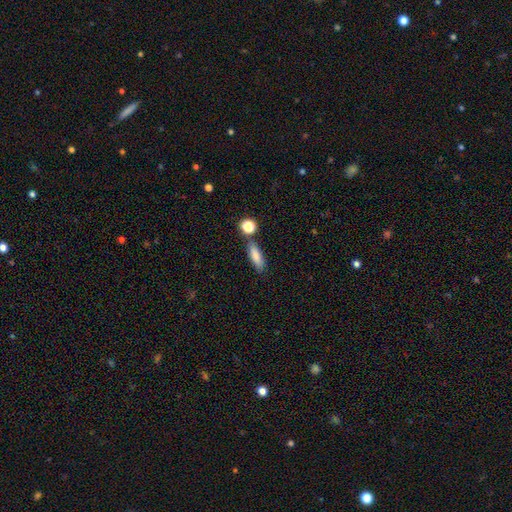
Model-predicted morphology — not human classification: Smooth or featured?
  - smooth: 82% *
  - featured or disk: 10%
  - star or artifact: 8%
How rounded?
  - in between: 53% *
  - cigar-shaped: 42%
  - round: 5%
Merging?
  - none: 73% *
  - minor disturbance: 12%
  - merger: 11%
  - major disturbance: 4%